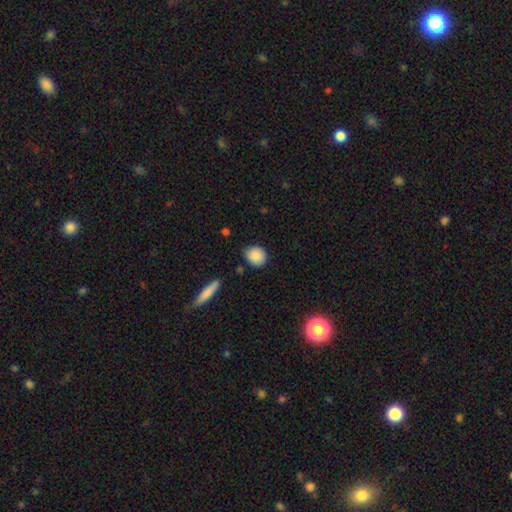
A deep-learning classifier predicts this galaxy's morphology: Smooth or featured: smooth — 87% (star or artifact — 7%)
How rounded: round — 66% (in between — 32%)
Merging: none — 79% (minor disturbance — 15%)